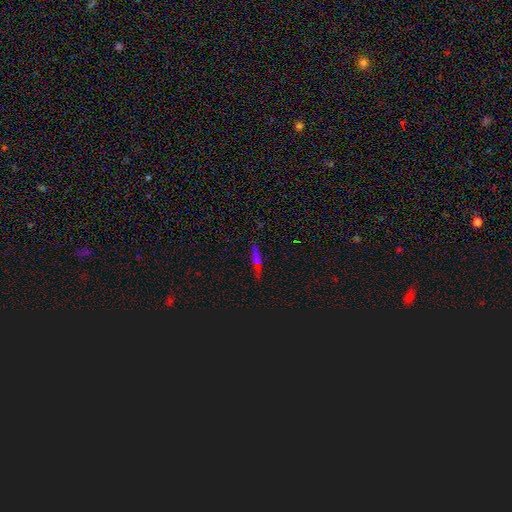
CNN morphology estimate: Q: Smooth or featured?
A: smooth (48%); runner-up: featured or disk (27%)
Q: Merging?
A: none (85%); runner-up: minor disturbance (11%)